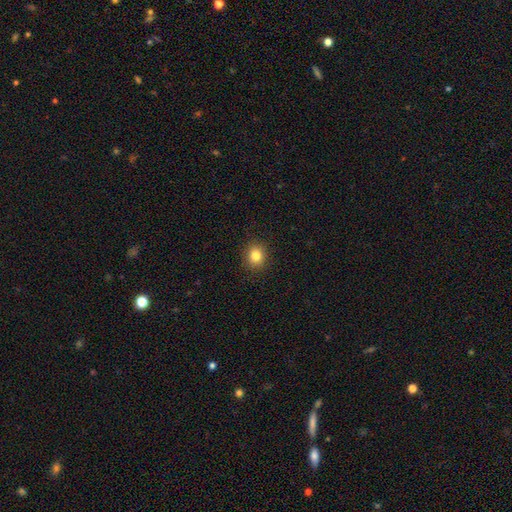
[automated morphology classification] Smooth or featured? Predicted: smooth (p=0.82). How rounded? Predicted: round (p=0.79). Merging? Predicted: none (p=0.91).